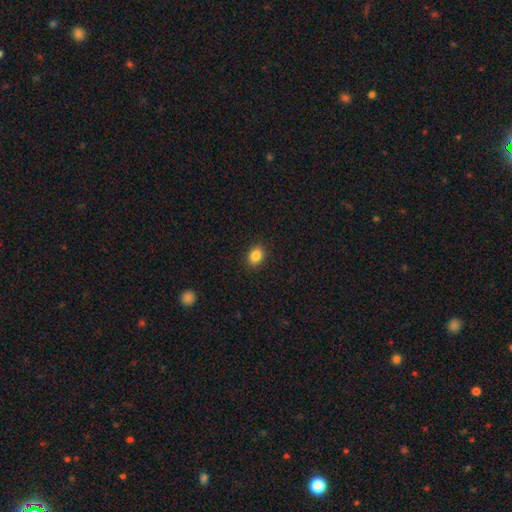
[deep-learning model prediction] Smooth or featured? smooth (85%)
How rounded? in between (62%)
Merging? none (89%)